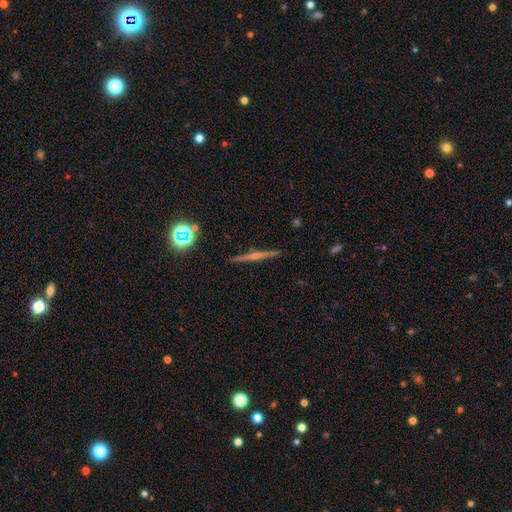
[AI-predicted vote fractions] smooth-or-featured: featured or disk: 66% | smooth: 23% | star or artifact: 12%
  disk-edge-on: yes: 98% | no: 2%
    edge-on-bulge: rounded: 61% | none: 29% | boxy: 10%
  merging: none: 91% | minor disturbance: 6% | major disturbance: 1% | merger: 1%